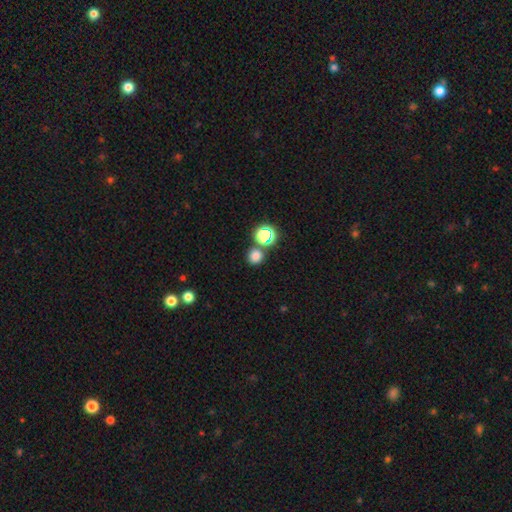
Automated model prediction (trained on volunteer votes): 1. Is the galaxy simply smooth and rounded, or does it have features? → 75% smooth, 20% star or artifact, 5% featured or disk.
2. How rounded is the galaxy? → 90% round, 9% in between, 1% cigar-shaped.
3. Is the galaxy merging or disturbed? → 73% none, 17% merger, 7% minor disturbance, 3% major disturbance.